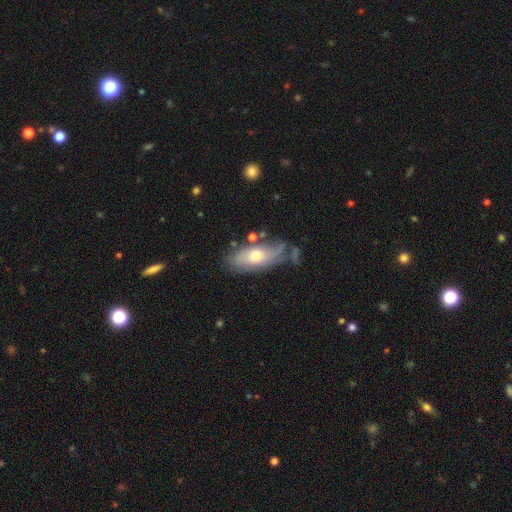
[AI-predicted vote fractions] Smooth or featured: smooth — 54% (featured or disk — 39%)
How rounded: in between — 85% (cigar-shaped — 11%)
Merging: none — 55% (minor disturbance — 25%)